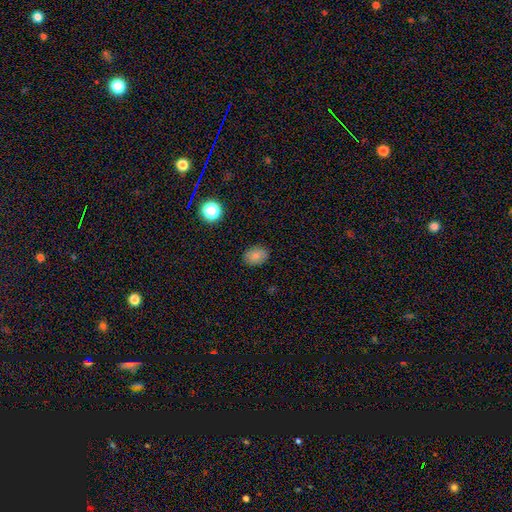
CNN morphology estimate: A smooth galaxy with no disk features (81%) that is in between round and cigar-shaped (66%).

Vote fractions:
- Smooth or featured? smooth: 81% / star or artifact: 11% / featured or disk: 8%
- How rounded? in between: 66% / round: 33% / cigar-shaped: 1%
- Merging? none: 86% / minor disturbance: 10% / major disturbance: 2% / merger: 1%